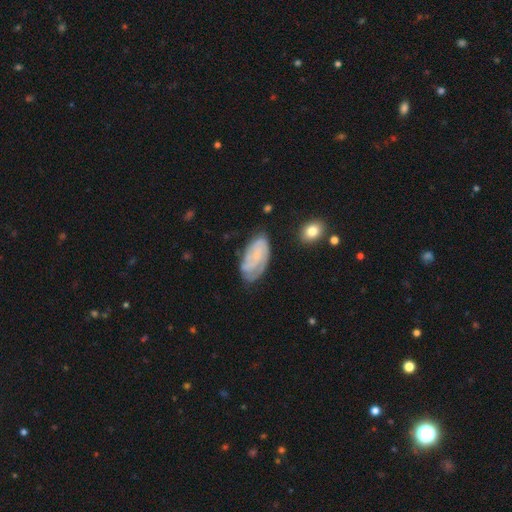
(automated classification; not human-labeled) smooth-or-featured: featured or disk: 67% | smooth: 26% | star or artifact: 7%
  disk-edge-on: no: 96% | yes: 4%
    bar: no: 65% | weak: 29% | strong: 6%
    has-spiral-arms: yes: 89% | no: 11%
      spiral-winding: tight: 58% | medium: 32% | loose: 11%
      spiral-arm-count: can't tell: 37% | 2: 30% | 3: 18% | 4: 5% | 1: 5% | more than 4: 4%
    bulge-size: small: 57% | none: 30% | moderate: 11% | large: 1% | dominant: 1%
  merging: none: 64% | minor disturbance: 24% | major disturbance: 9% | merger: 3%